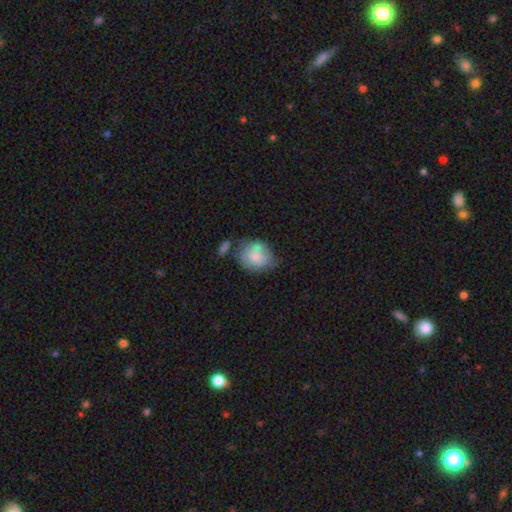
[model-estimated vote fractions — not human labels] Smooth or featured: smooth — 68% (featured or disk — 25%)
How rounded: round — 60% (in between — 39%)
Merging: none — 42% (minor disturbance — 28%)